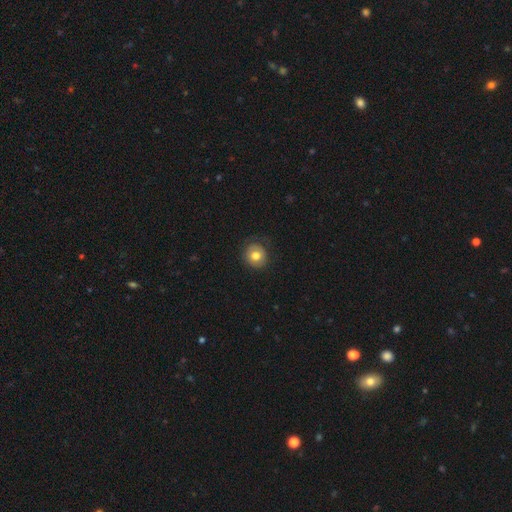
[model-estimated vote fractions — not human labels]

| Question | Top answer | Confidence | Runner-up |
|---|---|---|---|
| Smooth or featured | smooth | 74% | featured or disk (16%) |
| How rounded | round | 90% | in between (9%) |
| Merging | none | 80% | minor disturbance (13%) |